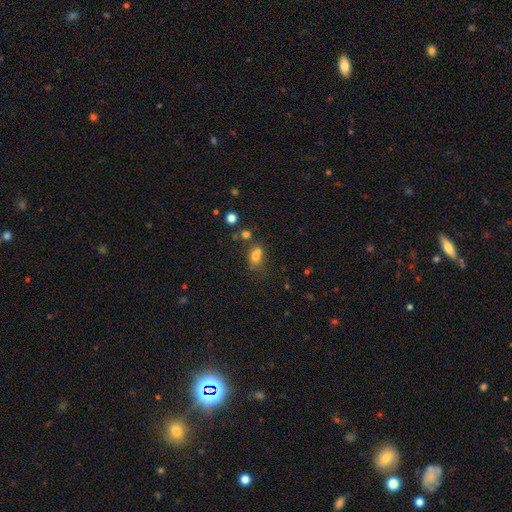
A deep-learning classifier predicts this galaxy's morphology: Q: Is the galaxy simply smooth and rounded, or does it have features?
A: smooth — 69%.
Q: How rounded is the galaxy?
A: in between — 56%.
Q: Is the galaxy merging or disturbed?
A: merger — 42%.